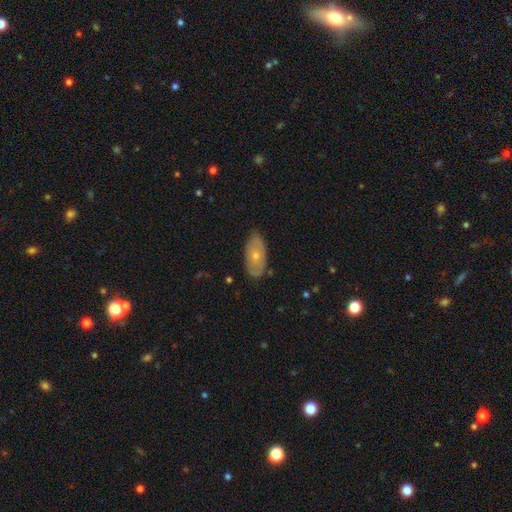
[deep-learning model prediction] A smooth galaxy with no disk features (53%) that is in between round and cigar-shaped (91%).

Vote fractions:
- Smooth or featured? smooth: 53% / featured or disk: 41% / star or artifact: 6%
- How rounded? in between: 91% / cigar-shaped: 5% / round: 4%
- Merging? none: 78% / minor disturbance: 18% / major disturbance: 3% / merger: 1%